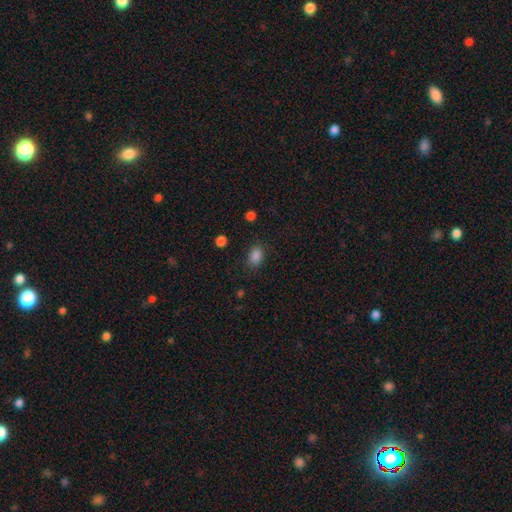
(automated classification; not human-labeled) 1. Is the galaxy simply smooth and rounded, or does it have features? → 85% smooth, 11% star or artifact, 4% featured or disk.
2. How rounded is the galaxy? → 72% in between, 26% round, 1% cigar-shaped.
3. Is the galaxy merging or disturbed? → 82% none, 13% minor disturbance, 4% major disturbance, 2% merger.